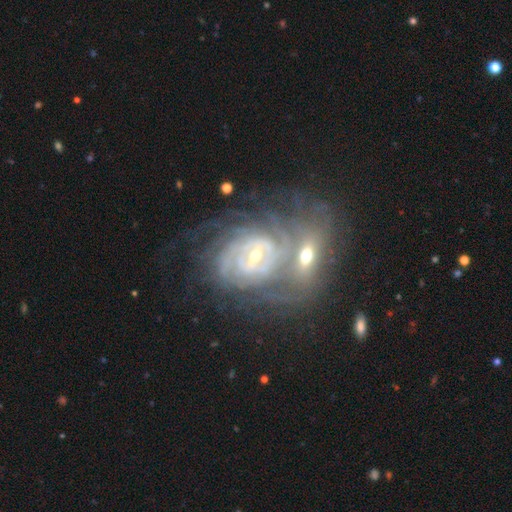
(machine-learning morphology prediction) Smooth or featured?
  - featured or disk: 86% *
  - star or artifact: 8%
  - smooth: 6%
Edge-on disk?
  - no: 96% *
  - yes: 4%
Bar?
  - weak: 41% *
  - no: 40%
  - strong: 19%
Spiral arms?
  - yes: 95% *
  - no: 5%
Spiral winding?
  - tight: 75% *
  - medium: 21%
  - loose: 5%
Spiral arm count?
  - can't tell: 41% *
  - 2: 19%
  - 3: 15%
  - 4: 11%
  - more than 4: 8%
  - 1: 6%
Bulge size?
  - small: 64% *
  - moderate: 31%
  - large: 2%
  - none: 2%
  - dominant: 1%
Merging?
  - merger: 51% *
  - none: 31%
  - minor disturbance: 11%
  - major disturbance: 7%